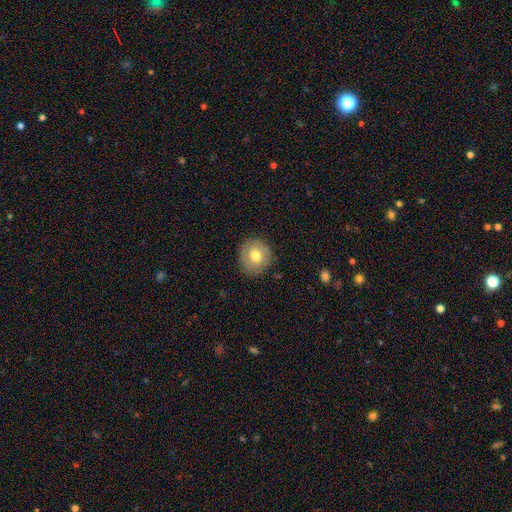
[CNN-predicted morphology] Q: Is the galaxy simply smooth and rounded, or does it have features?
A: smooth — 71%.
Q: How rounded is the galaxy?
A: round — 89%.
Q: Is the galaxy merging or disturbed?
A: none — 87%.